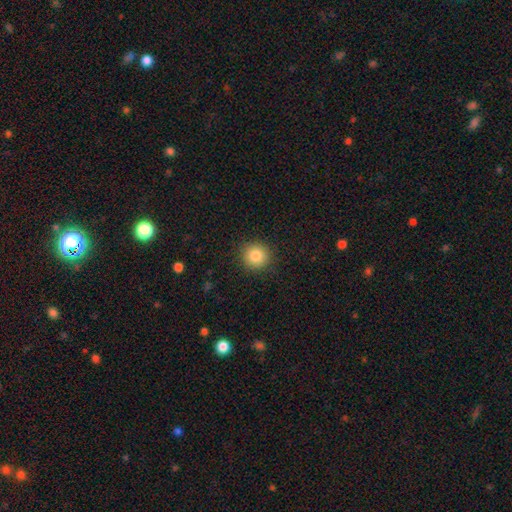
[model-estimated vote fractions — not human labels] This is clearly a smooth galaxy (83%). How rounded: clearly round (93%). Merging: clearly none (91%).